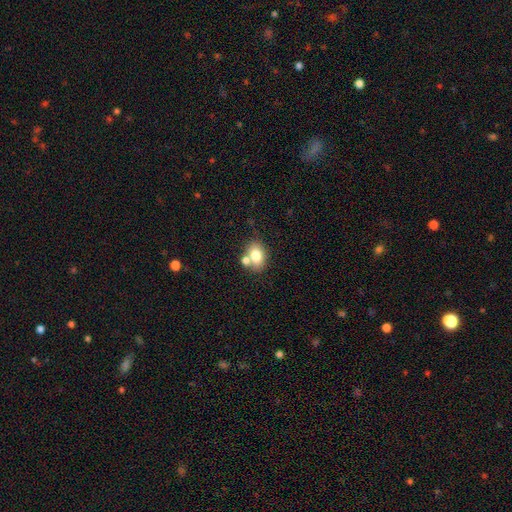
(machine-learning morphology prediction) smooth 77%, featured or disk 14%, star or artifact 10%. Down the decision tree: how rounded — in between (67%); merging — none (58%).